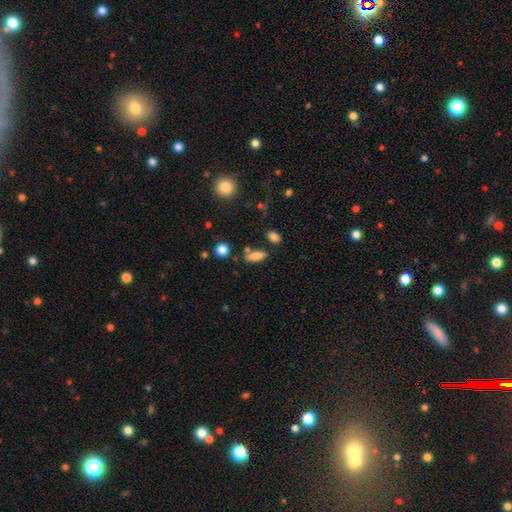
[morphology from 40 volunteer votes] Volunteers were most divided on "how rounded": in between: 55%, cigar-shaped: 42%, round: 3%. More confident: smooth or featured — smooth (78%); merging — none (61%).